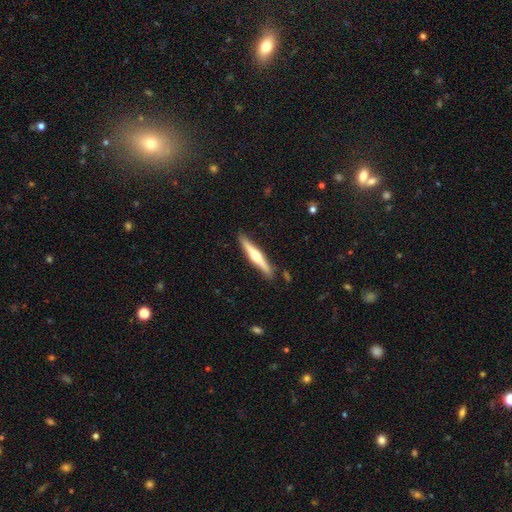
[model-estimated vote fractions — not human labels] featured or disk 65%, smooth 30%, star or artifact 5%. Down the decision tree: edge-on disk — yes (97%); edge-on bulge — rounded (91%); merging — none (88%).